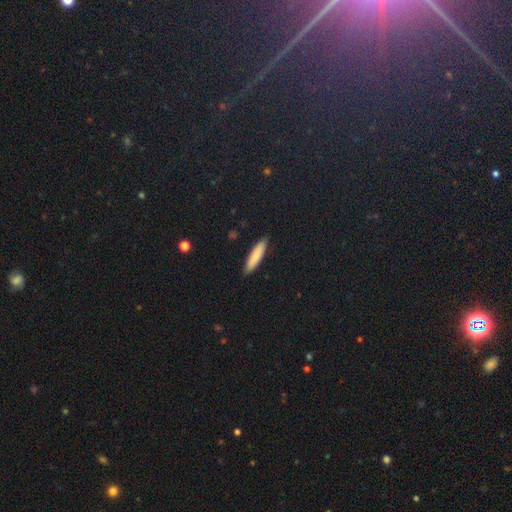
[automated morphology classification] type=smooth (81%); roundness=cigar-shaped (78%); merging=none (89%).